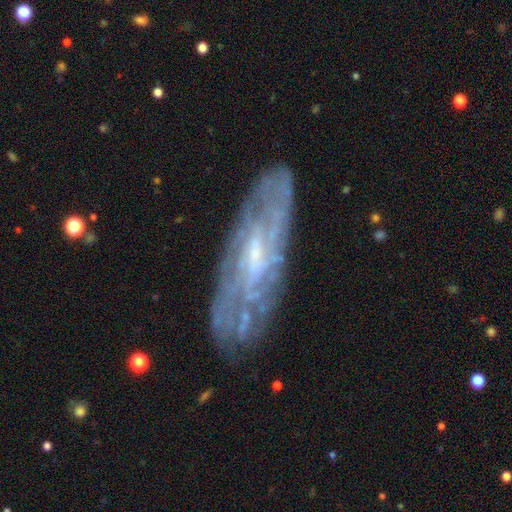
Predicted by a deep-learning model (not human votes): A featured or disk galaxy (75%) with a weak bar (45%), spiral arms (76%) and a small central bulge (50%).

Vote fractions:
- Smooth or featured? featured or disk: 75% / smooth: 17% / star or artifact: 8%
- Edge-on disk? no: 76% / yes: 24%
- Bar? weak: 45% / no: 39% / strong: 16%
- Spiral arms? yes: 76% / no: 24%
- Bulge size? small: 50% / moderate: 33% / none: 12% / large: 3% / dominant: 1%
- Merging? none: 79% / minor disturbance: 15% / major disturbance: 5% / merger: 2%